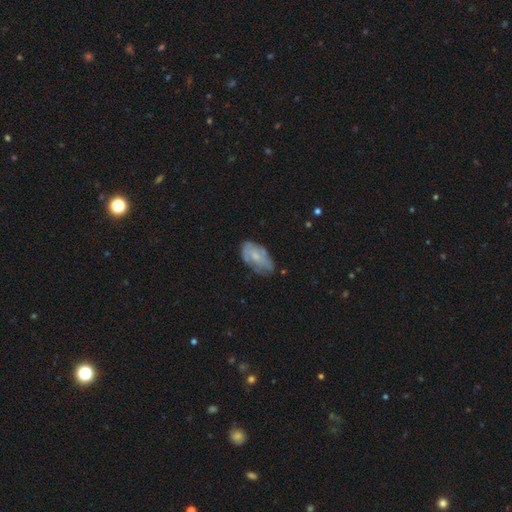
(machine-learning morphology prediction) Smooth or featured?
  - smooth: 51% *
  - featured or disk: 42%
  - star or artifact: 7%
How rounded?
  - in between: 93% *
  - round: 4%
  - cigar-shaped: 3%
Merging?
  - none: 55% *
  - minor disturbance: 32%
  - major disturbance: 10%
  - merger: 2%